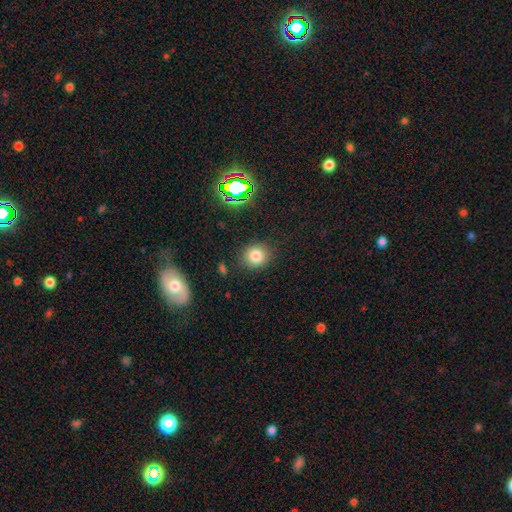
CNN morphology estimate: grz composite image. It shows a smooth galaxy with no disk features (78%) that is round (80%). Merging: none (85%).